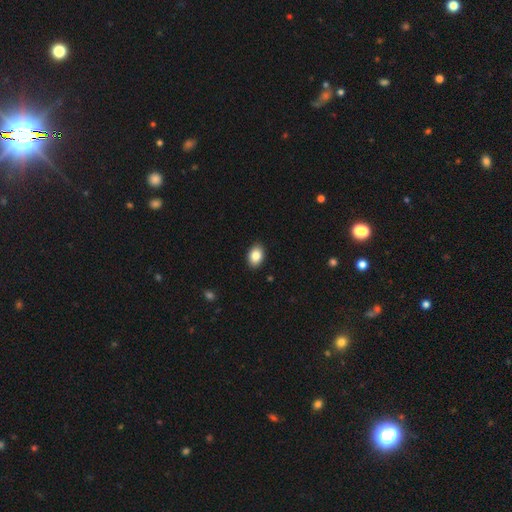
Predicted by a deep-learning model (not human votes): smooth_or_featured: smooth (p=0.86) [alt: star or artifact p=0.08]
how_rounded: in between (p=0.81) [alt: round p=0.18]
merging: none (p=0.90) [alt: minor disturbance p=0.07]